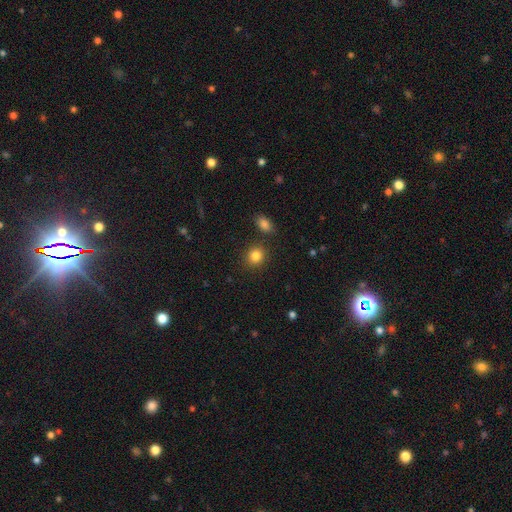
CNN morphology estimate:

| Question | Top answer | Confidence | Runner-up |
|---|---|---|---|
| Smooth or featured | smooth | 85% | star or artifact (10%) |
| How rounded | round | 79% | in between (20%) |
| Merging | none | 84% | minor disturbance (8%) |